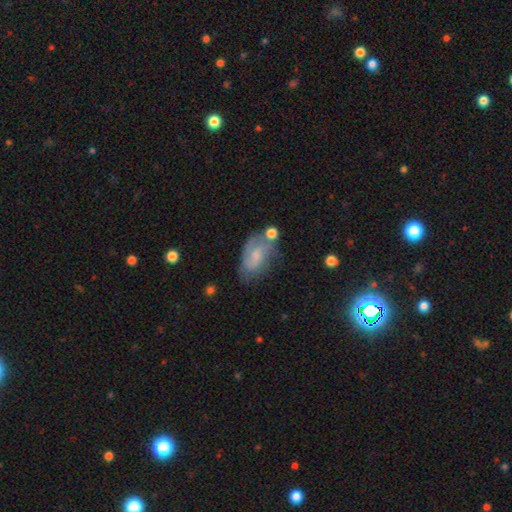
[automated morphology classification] Smooth or featured?
  - featured or disk: 48% *
  - smooth: 43%
  - star or artifact: 9%
Merging?
  - none: 49% *
  - minor disturbance: 27%
  - major disturbance: 14%
  - merger: 10%